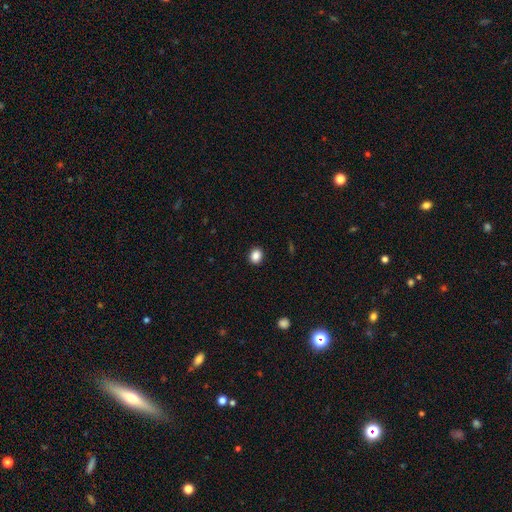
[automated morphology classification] The model was most divided on "how rounded": round: 64%, in between: 35%, cigar-shaped: 1%. More confident: merging — none (92%); smooth or featured — smooth (87%).